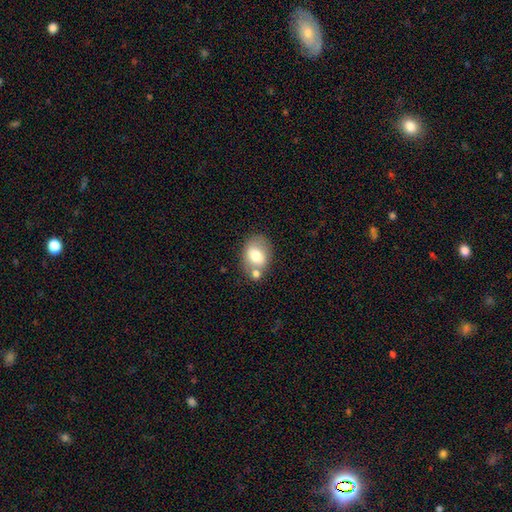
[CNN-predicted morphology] smooth 71%, featured or disk 21%, star or artifact 8%. Down the decision tree: how rounded — in between (72%); merging — none (54%).